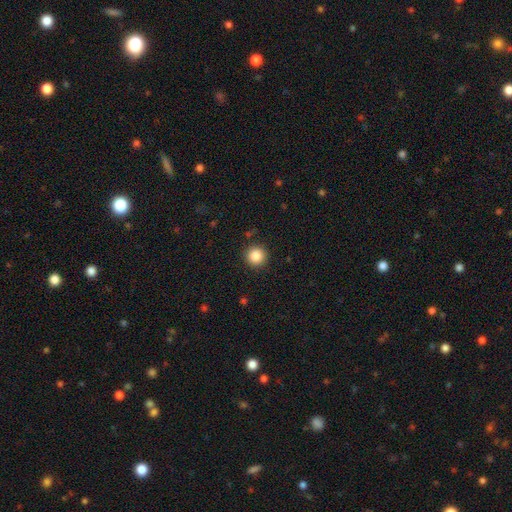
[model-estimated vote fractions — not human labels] Smooth or featured? smooth (87%)
How rounded? round (95%)
Merging? none (91%)